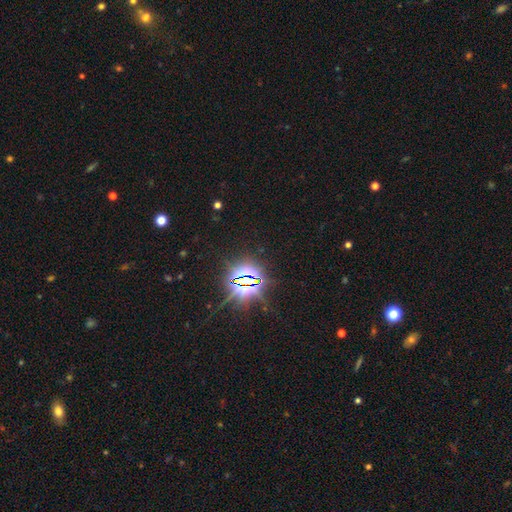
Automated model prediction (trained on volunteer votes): Smooth or featured? star or artifact (84%)